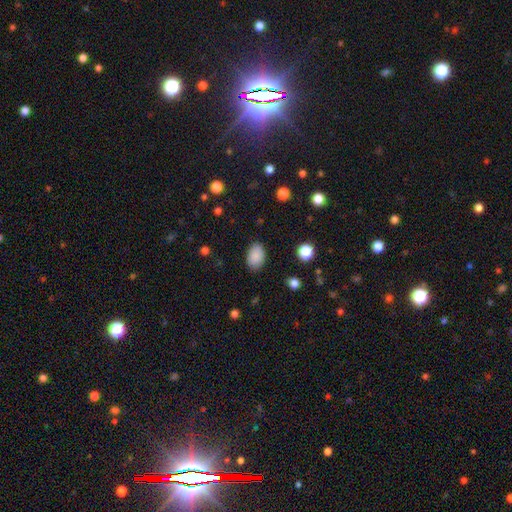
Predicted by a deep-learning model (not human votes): Smooth or featured?
  - smooth: 88% *
  - star or artifact: 8%
  - featured or disk: 4%
How rounded?
  - in between: 88% *
  - round: 11%
  - cigar-shaped: 1%
Merging?
  - none: 86% *
  - minor disturbance: 10%
  - major disturbance: 3%
  - merger: 1%